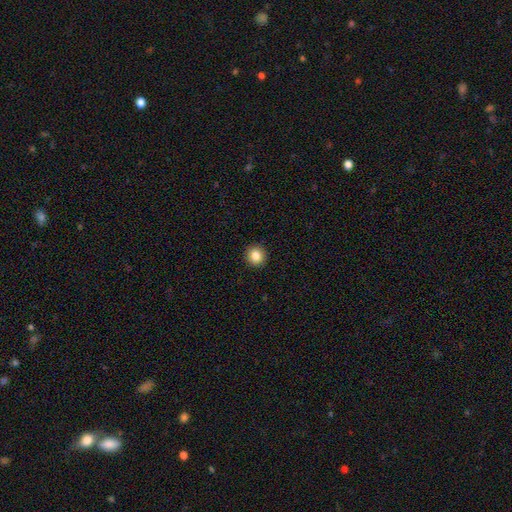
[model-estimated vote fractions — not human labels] smooth-or-featured: smooth: 86% | star or artifact: 10% | featured or disk: 5%
  how-rounded: round: 92% | in between: 7% | cigar-shaped: 1%
  merging: none: 93% | minor disturbance: 5% | major disturbance: 2% | merger: 1%